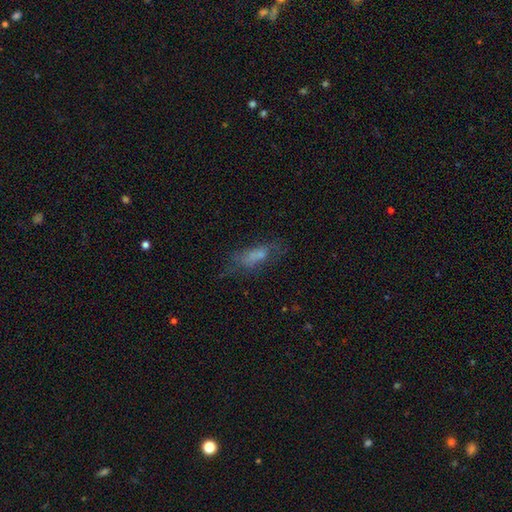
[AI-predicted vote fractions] smooth_or_featured: smooth (p=0.57) [alt: featured or disk p=0.29]
how_rounded: in between (p=0.61) [alt: cigar-shaped p=0.36]
merging: none (p=0.46) [alt: major disturbance p=0.25]